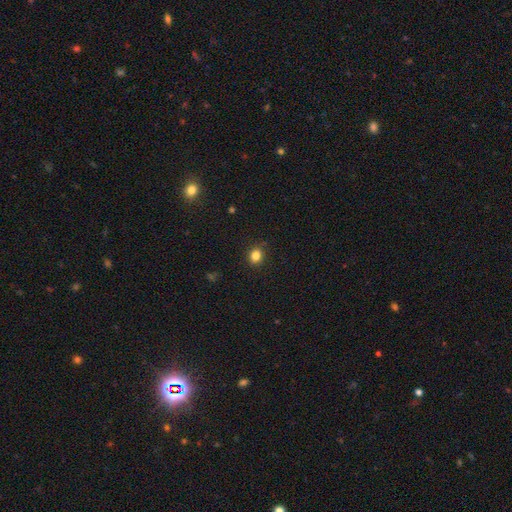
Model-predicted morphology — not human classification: Q: Smooth or featured?
A: smooth (84%); runner-up: star or artifact (12%)
Q: How rounded?
A: round (68%); runner-up: in between (31%)
Q: Merging?
A: none (89%); runner-up: minor disturbance (8%)